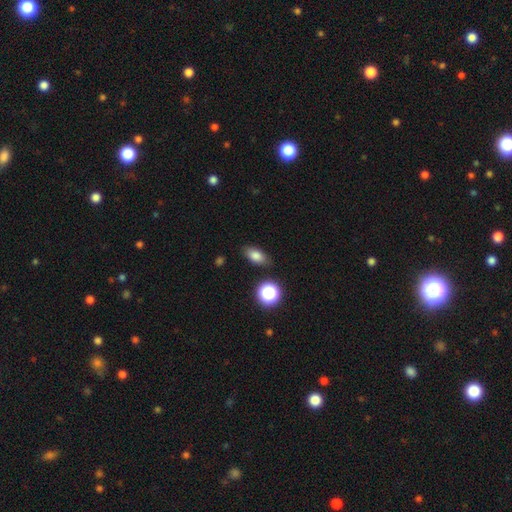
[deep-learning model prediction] Morphology: type=smooth (80%); roundness=in between (84%); merging=none (83%).